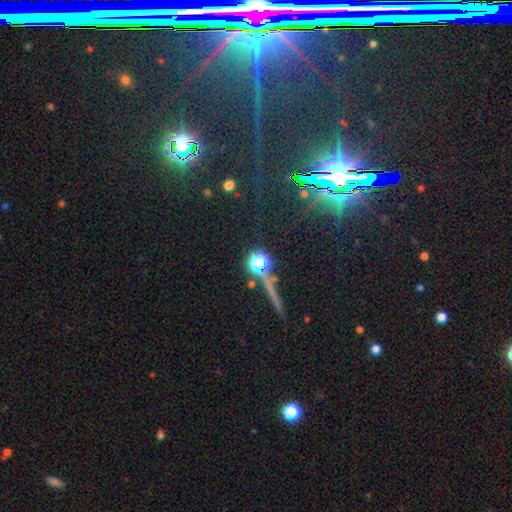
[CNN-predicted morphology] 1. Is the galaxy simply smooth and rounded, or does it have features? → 76% star or artifact, 13% featured or disk, 11% smooth.